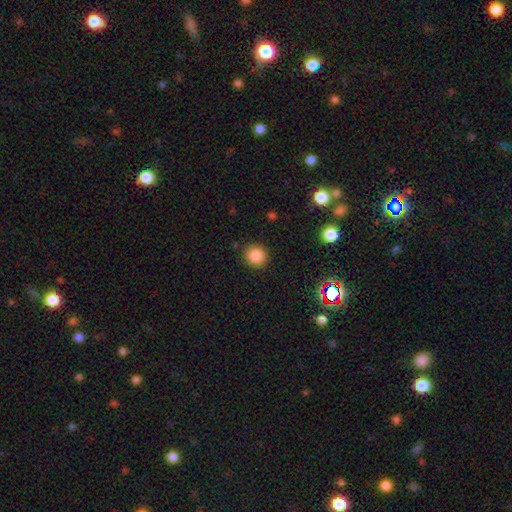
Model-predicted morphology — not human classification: Smooth or featured?
  - smooth: 85% *
  - star or artifact: 10%
  - featured or disk: 4%
How rounded?
  - round: 92% *
  - in between: 7%
  - cigar-shaped: 1%
Merging?
  - none: 90% *
  - minor disturbance: 6%
  - major disturbance: 2%
  - merger: 1%